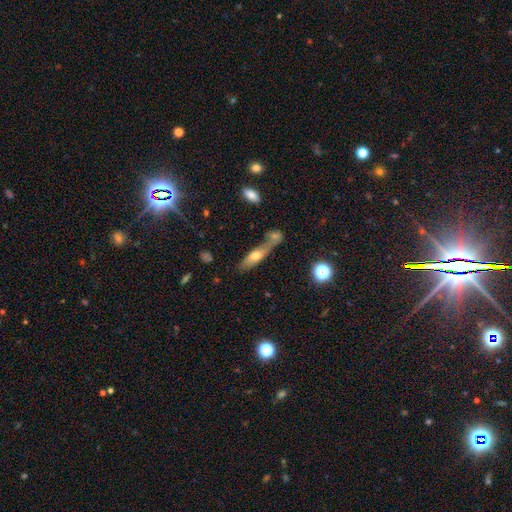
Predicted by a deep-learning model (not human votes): Q: Smooth or featured?
A: smooth (55%); runner-up: featured or disk (37%)
Q: How rounded?
A: cigar-shaped (54%); runner-up: in between (43%)
Q: Merging?
A: none (41%); runner-up: merger (33%)